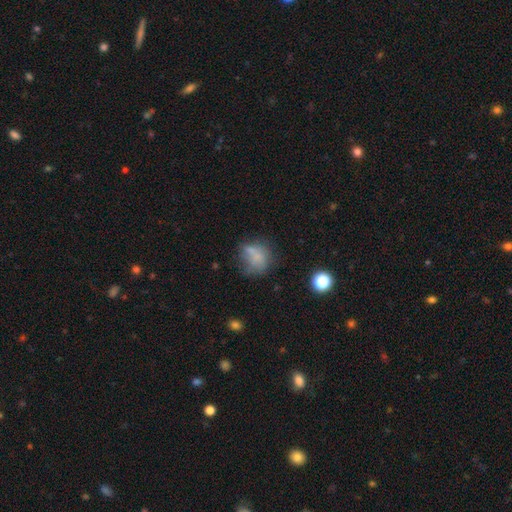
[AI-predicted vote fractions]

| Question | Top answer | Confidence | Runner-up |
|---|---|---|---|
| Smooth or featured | smooth | 64% | featured or disk (23%) |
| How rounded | round | 62% | in between (36%) |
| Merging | none | 43% | minor disturbance (24%) |